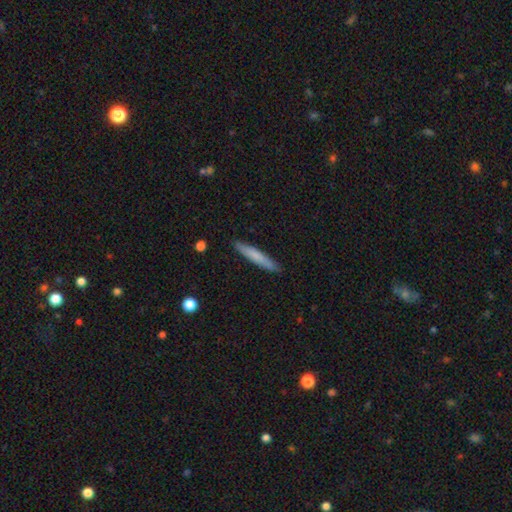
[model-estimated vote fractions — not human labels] A smooth galaxy with no disk features (73%) that is cigar-shaped (94%).

Vote fractions:
- Smooth or featured? smooth: 73% / featured or disk: 21% / star or artifact: 6%
- How rounded? cigar-shaped: 94% / in between: 4% / round: 1%
- Merging? none: 90% / minor disturbance: 7% / major disturbance: 1% / merger: 1%